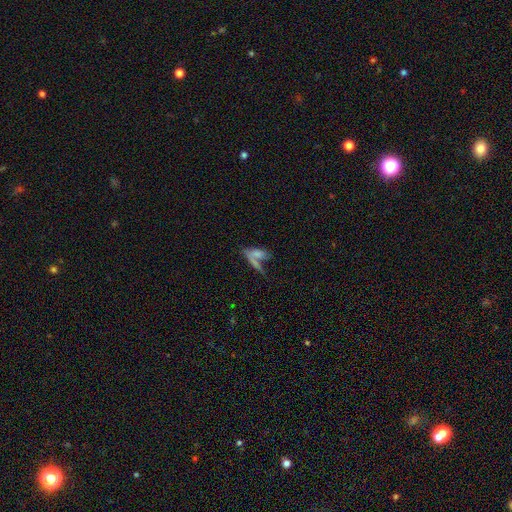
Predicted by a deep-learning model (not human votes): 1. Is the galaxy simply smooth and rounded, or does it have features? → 65% smooth, 23% featured or disk, 11% star or artifact.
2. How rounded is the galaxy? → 56% in between, 39% cigar-shaped, 5% round.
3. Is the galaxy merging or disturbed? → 49% merger, 32% none, 11% minor disturbance, 9% major disturbance.